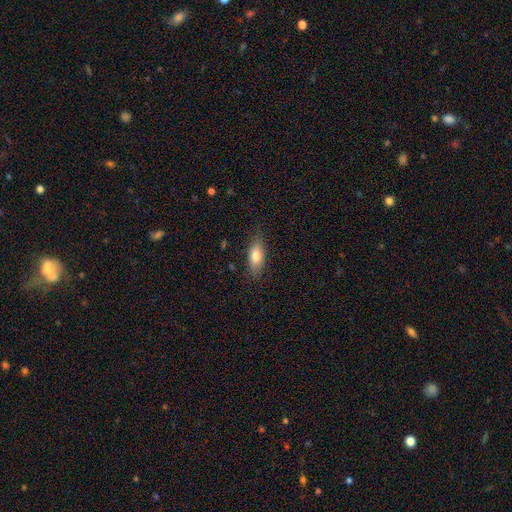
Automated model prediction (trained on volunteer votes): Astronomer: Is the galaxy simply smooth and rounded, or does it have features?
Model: smooth — 77%.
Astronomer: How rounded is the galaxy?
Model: in between — 79%.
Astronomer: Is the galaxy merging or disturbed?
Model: none — 81%.